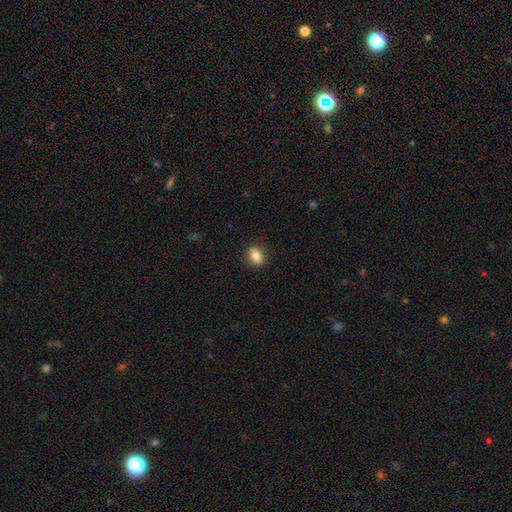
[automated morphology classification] Overall: smooth (85%). How rounded: in between (74%). Merging: none (86%).